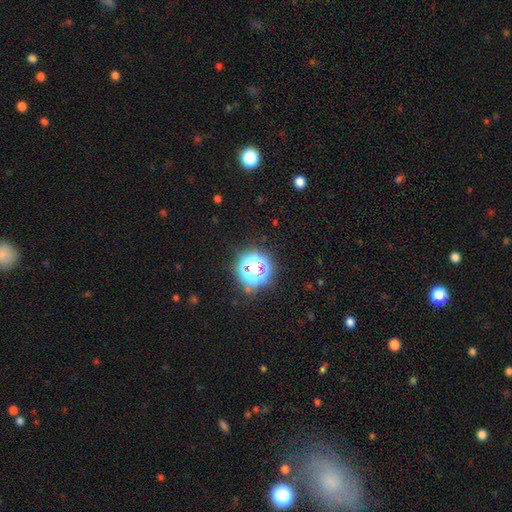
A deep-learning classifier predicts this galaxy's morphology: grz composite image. It shows a star or artifact, not a galaxy (77%).